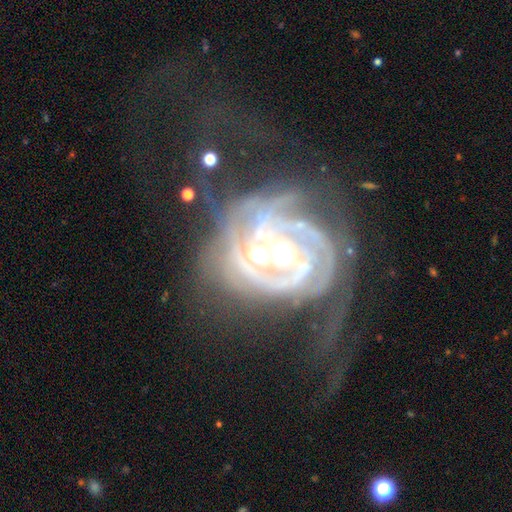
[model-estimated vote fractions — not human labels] This appears to be a featured or disk galaxy (85%) with no bar (62%), tight (53%) spiral arms (90%) and a moderate central bulge (71%). Merging: major disturbance (33%).